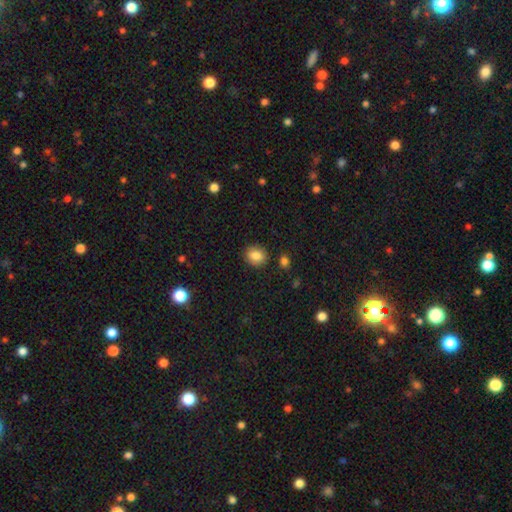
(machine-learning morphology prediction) Q: Smooth or featured?
A: smooth (85%); runner-up: star or artifact (9%)
Q: How rounded?
A: round (68%); runner-up: in between (31%)
Q: Merging?
A: none (88%); runner-up: minor disturbance (7%)